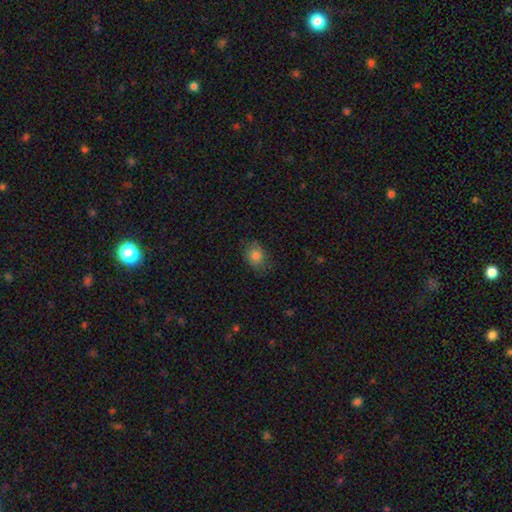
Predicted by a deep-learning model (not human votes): Overall: smooth (83%). How rounded: in between (57%; round 42%). Merging: none (75%).